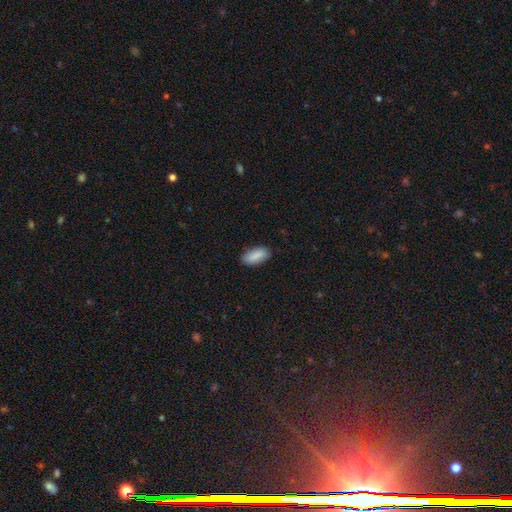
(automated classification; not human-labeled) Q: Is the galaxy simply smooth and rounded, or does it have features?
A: smooth — 89%.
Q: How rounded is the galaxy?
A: in between — 90%.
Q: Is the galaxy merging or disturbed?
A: none — 87%.